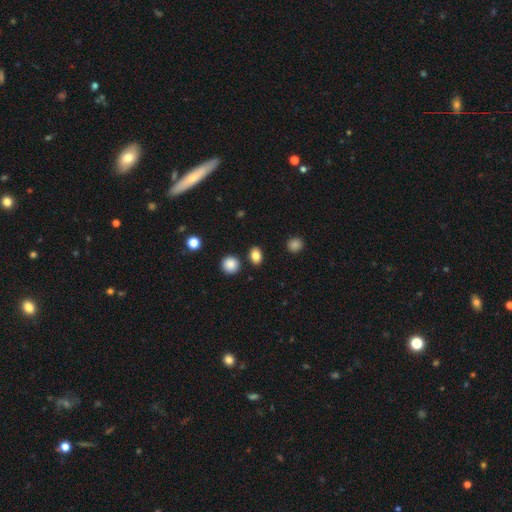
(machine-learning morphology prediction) smooth_or_featured: smooth (p=0.84) [alt: star or artifact p=0.10]
how_rounded: in between (p=0.60) [alt: round p=0.39]
merging: none (p=0.85) [alt: minor disturbance p=0.08]